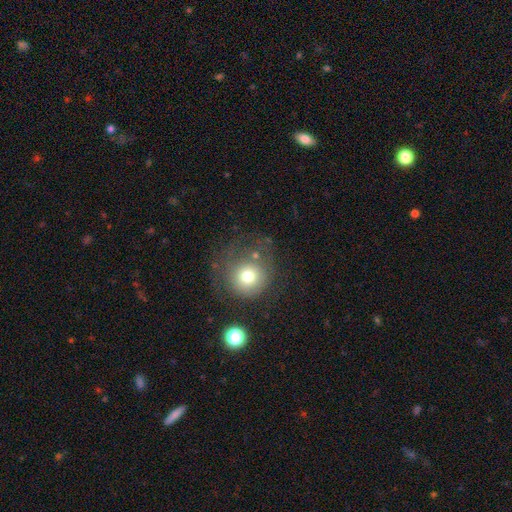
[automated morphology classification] type=smooth (66%); roundness=round (91%); merging=none (54%).